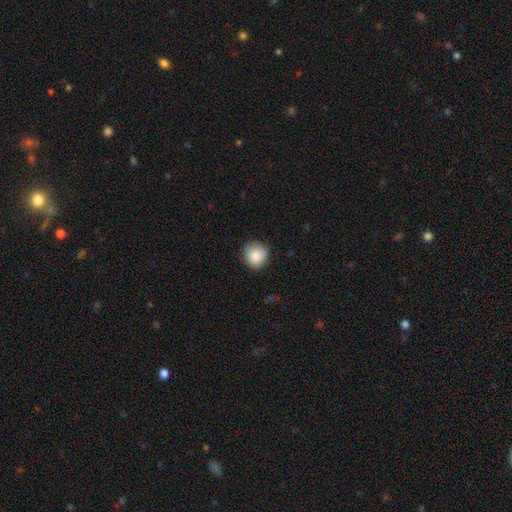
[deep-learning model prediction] A smooth galaxy with no disk features (87%) that is round (90%).

Vote fractions:
- Smooth or featured? smooth: 87% / star or artifact: 8% / featured or disk: 5%
- How rounded? round: 90% / in between: 9% / cigar-shaped: 1%
- Merging? none: 86% / minor disturbance: 11% / major disturbance: 2% / merger: 1%